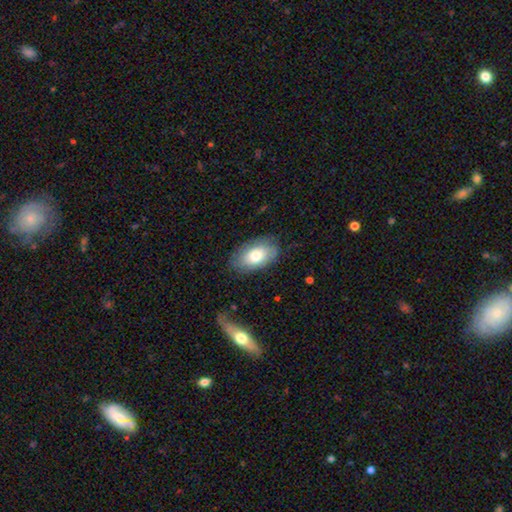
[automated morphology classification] Overall: smooth (71%). How rounded: in between (94%). Merging: none (75%).